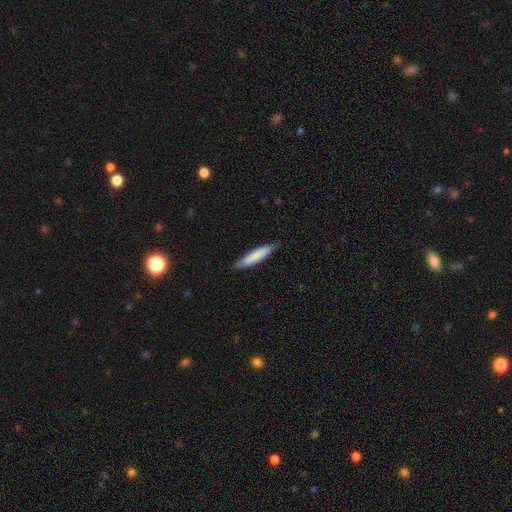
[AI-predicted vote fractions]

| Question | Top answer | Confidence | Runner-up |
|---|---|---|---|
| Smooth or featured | smooth | 80% | featured or disk (15%) |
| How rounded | cigar-shaped | 84% | in between (15%) |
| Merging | none | 84% | minor disturbance (13%) |